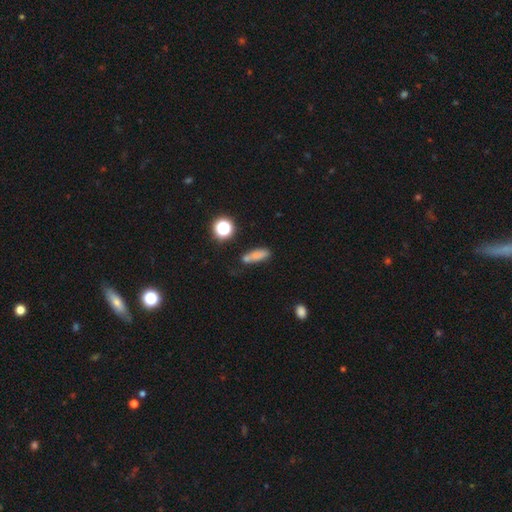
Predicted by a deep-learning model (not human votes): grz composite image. It shows a smooth galaxy with no disk features (75%) that is cigar-shaped (48%). Merging: none (59%).